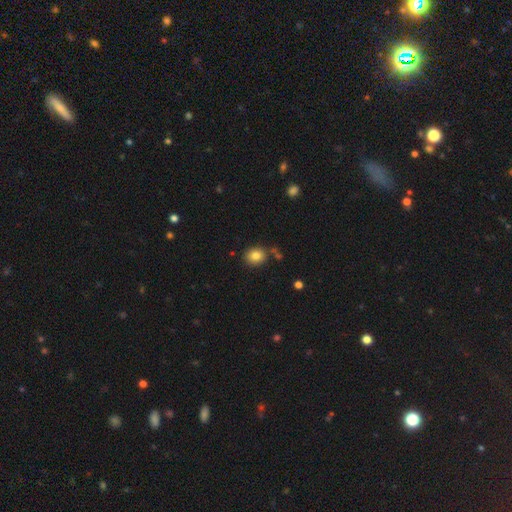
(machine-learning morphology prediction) Q: Smooth or featured?
A: smooth (82%); runner-up: star or artifact (10%)
Q: How rounded?
A: round (63%); runner-up: in between (36%)
Q: Merging?
A: none (77%); runner-up: minor disturbance (12%)